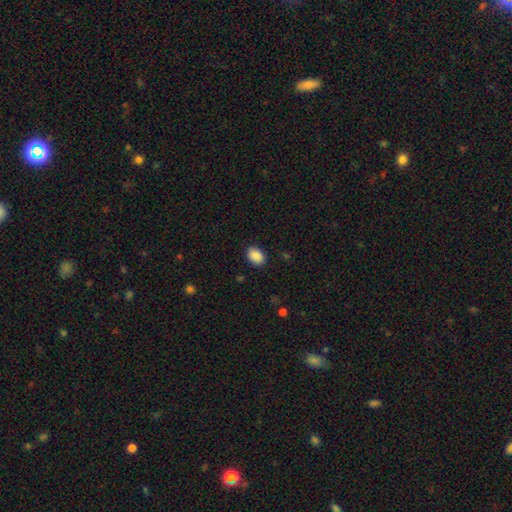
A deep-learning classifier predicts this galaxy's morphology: The model was most divided on "how rounded": in between: 79%, round: 20%, cigar-shaped: 1%. More confident: smooth or featured — smooth (89%); merging — none (88%).